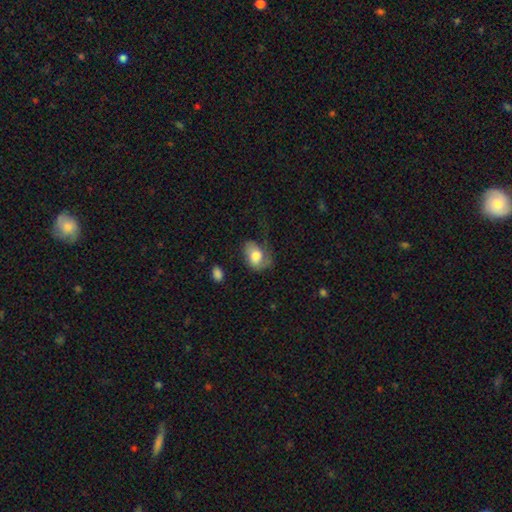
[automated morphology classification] This appears to be a smooth galaxy with no disk features (63%) that is in between round and cigar-shaped (76%). Merging: major disturbance (36%).